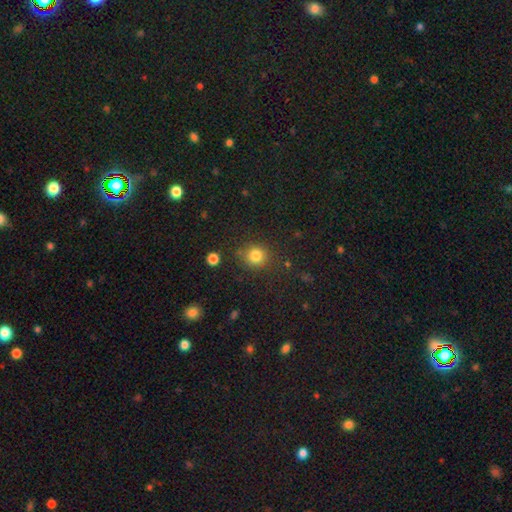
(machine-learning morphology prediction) This appears to be a smooth galaxy with no disk features (82%) that is round (89%). Merging: none (82%).